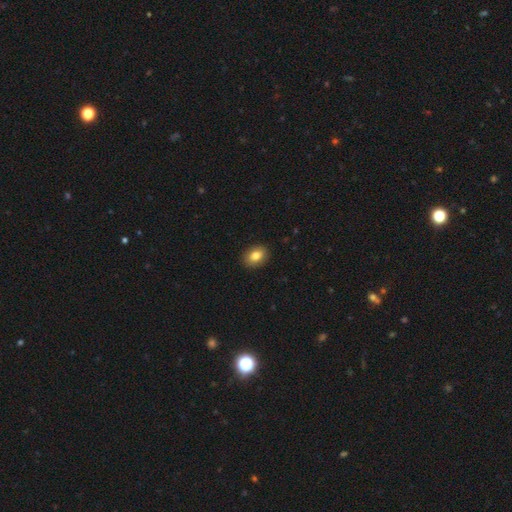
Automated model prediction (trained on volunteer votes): This appears to be a smooth galaxy with no disk features (83%) that is in between round and cigar-shaped (73%). Merging: none (90%).